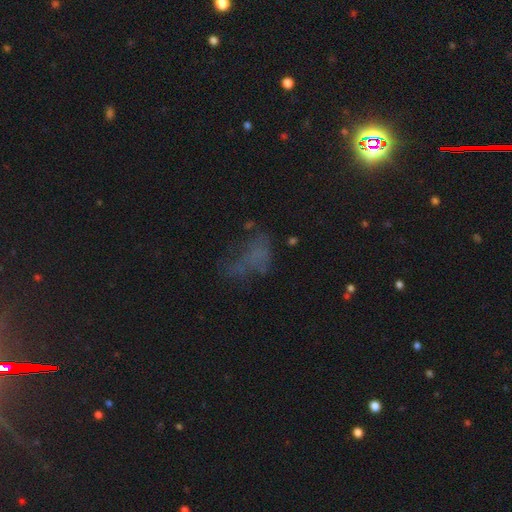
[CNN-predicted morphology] Smooth or featured? smooth (39%)
Merging? none (38%)